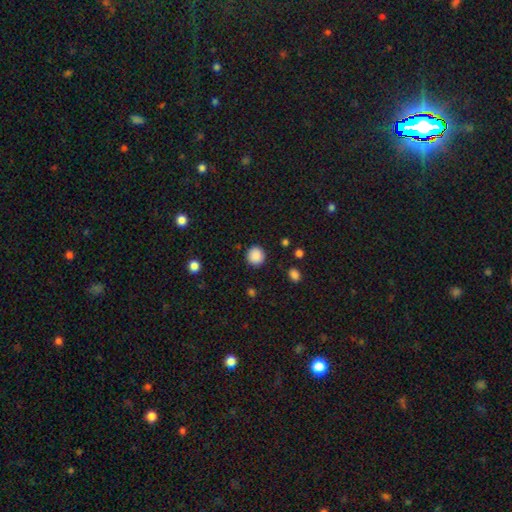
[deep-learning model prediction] smooth_or_featured: smooth (p=0.88) [alt: star or artifact p=0.09]
how_rounded: round (p=0.92) [alt: in between p=0.07]
merging: none (p=0.90) [alt: minor disturbance p=0.07]